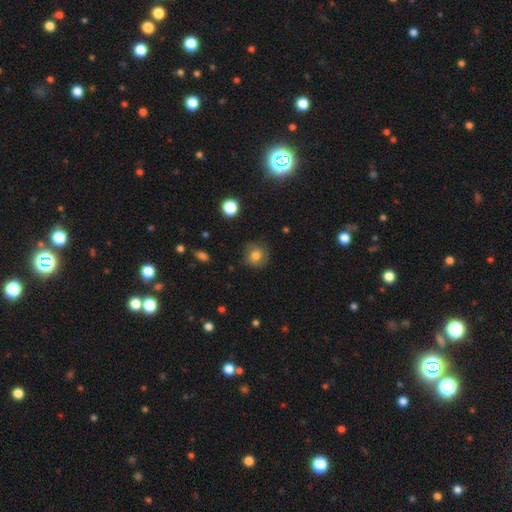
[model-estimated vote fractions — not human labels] A smooth galaxy with no disk features (74%) that is round (86%). Merging: none (80%).